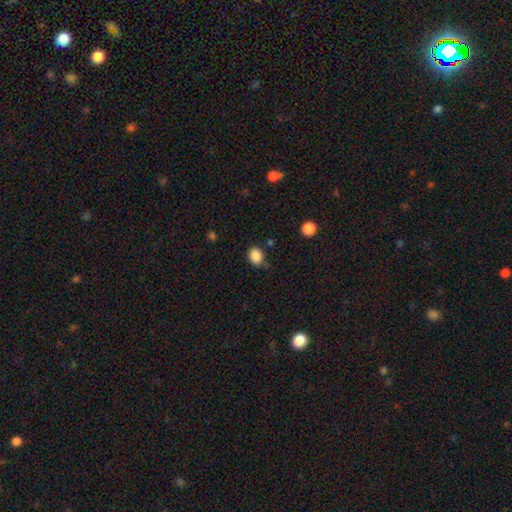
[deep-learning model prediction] smooth-or-featured: smooth: 87% | star or artifact: 10% | featured or disk: 4%
  how-rounded: round: 50% | in between: 49% | cigar-shaped: 1%
  merging: none: 74% | minor disturbance: 19% | major disturbance: 4% | merger: 3%